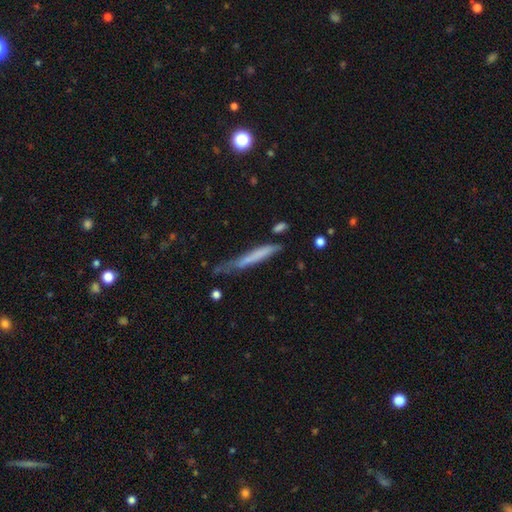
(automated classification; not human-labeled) smooth 59%, featured or disk 33%, star or artifact 8%. Down the decision tree: how rounded — cigar-shaped (94%); merging — none (48%).